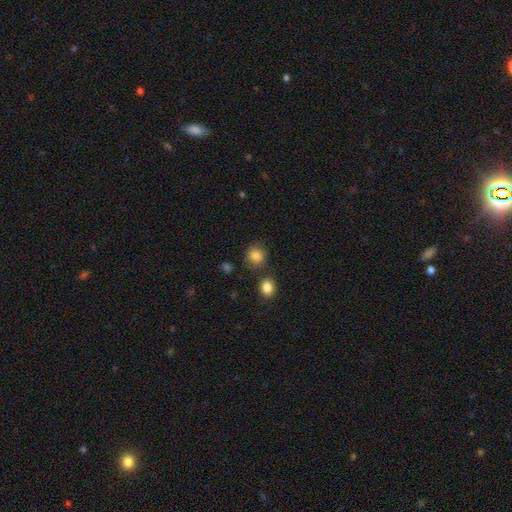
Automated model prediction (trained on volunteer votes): A smooth galaxy with no disk features (86%) that is round (84%).

Vote fractions:
- Smooth or featured? smooth: 86% / star or artifact: 10% / featured or disk: 4%
- How rounded? round: 84% / in between: 15% / cigar-shaped: 1%
- Merging? none: 78% / minor disturbance: 10% / merger: 8% / major disturbance: 3%